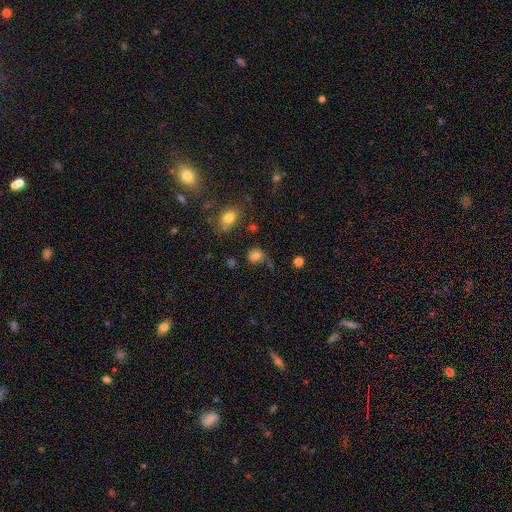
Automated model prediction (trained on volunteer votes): Smooth or featured? Predicted: smooth (p=0.73). How rounded? Predicted: round (p=0.72). Merging? Predicted: none (p=0.47).